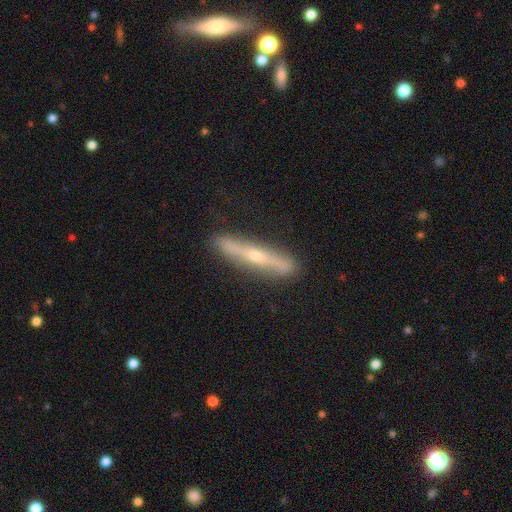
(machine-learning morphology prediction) featured or disk 70%, smooth 24%, star or artifact 6%. Down the decision tree: edge-on disk — yes (88%); edge-on bulge — rounded (85%); merging — none (86%).